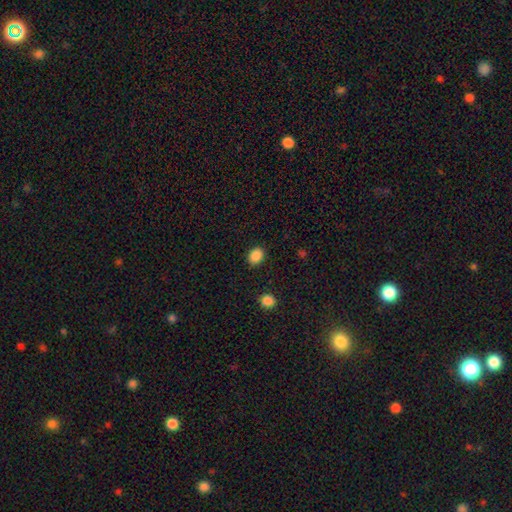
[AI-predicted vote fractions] smooth 88%, star or artifact 9%, featured or disk 3%. Down the decision tree: how rounded — in between (53%); merging — none (88%).